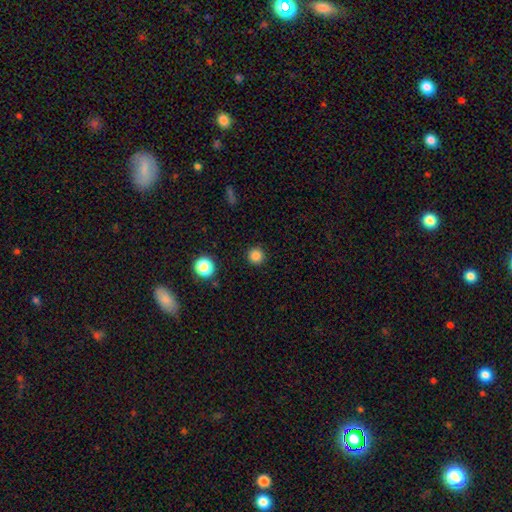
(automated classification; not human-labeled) A smooth galaxy with no disk features (84%) that is round (95%). Merging: none (92%).